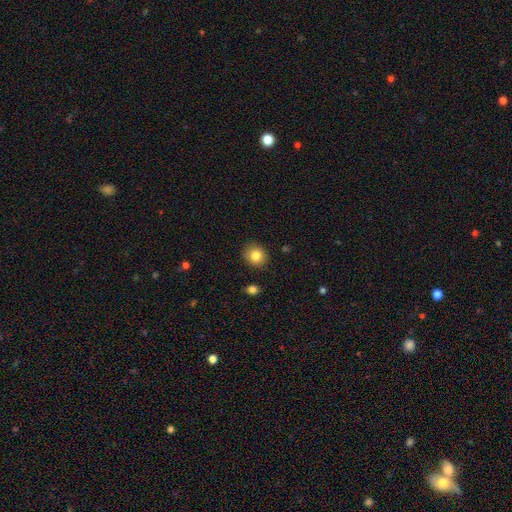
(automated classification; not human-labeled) Smooth or featured: smooth — 84% (star or artifact — 9%)
How rounded: round — 80% (in between — 19%)
Merging: none — 89% (minor disturbance — 8%)